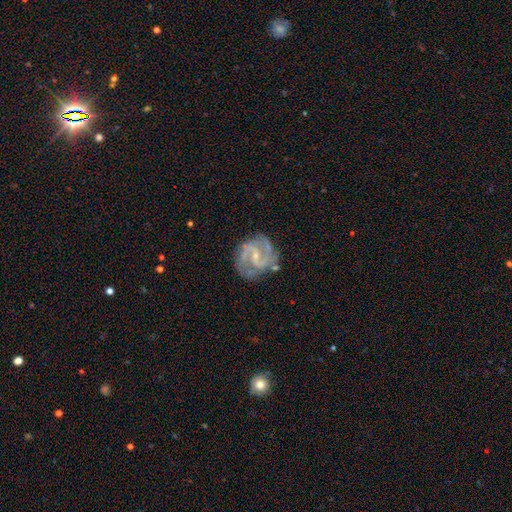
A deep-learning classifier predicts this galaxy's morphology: A featured or disk galaxy (90%) with a weak bar (50%), 2 (79%) medium (58%) spiral arms (97%) and a small central bulge (73%). Merging: none (72%).